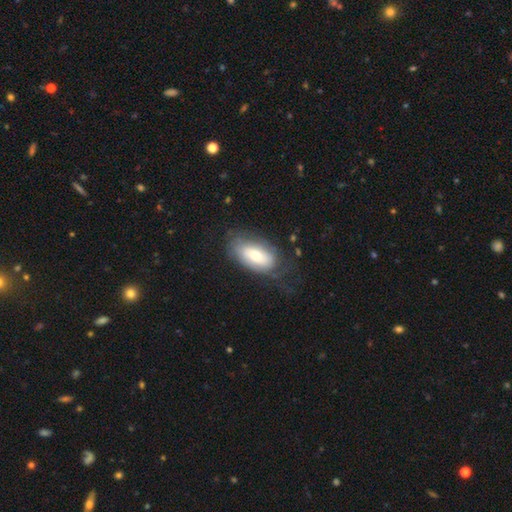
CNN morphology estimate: Smooth or featured? smooth (59%)
How rounded? in between (92%)
Merging? none (57%)